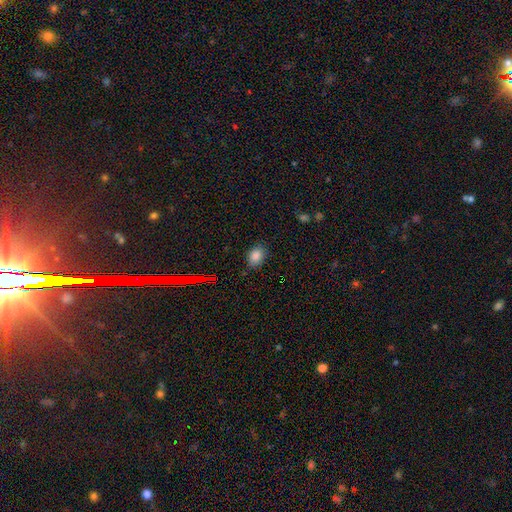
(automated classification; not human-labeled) A smooth galaxy with no disk features (82%) that is in between round and cigar-shaped (70%). Merging: none (82%).